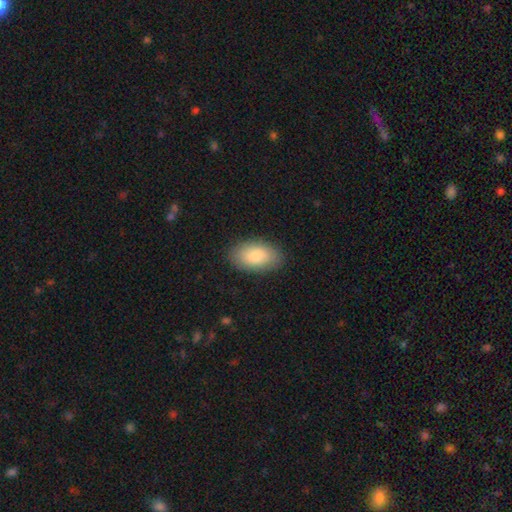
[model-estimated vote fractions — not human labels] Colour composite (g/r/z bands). It shows a smooth galaxy with no disk features (83%) that is in between round and cigar-shaped (94%). Merging: none (87%).